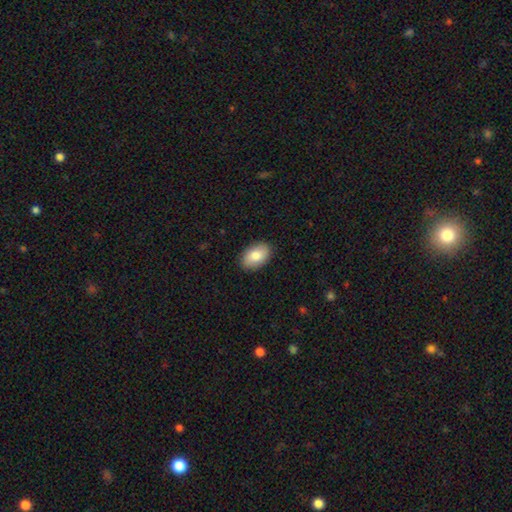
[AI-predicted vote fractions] Smooth or featured?
  - smooth: 82% *
  - featured or disk: 12%
  - star or artifact: 6%
How rounded?
  - in between: 91% *
  - round: 8%
  - cigar-shaped: 1%
Merging?
  - none: 89% *
  - minor disturbance: 8%
  - major disturbance: 2%
  - merger: 1%